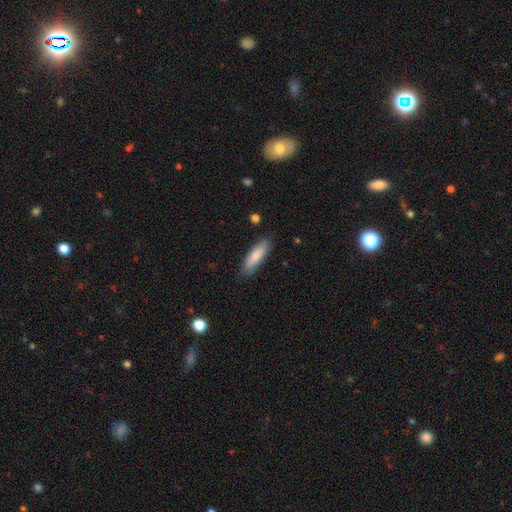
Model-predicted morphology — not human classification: A smooth galaxy with no disk features (84%) that is cigar-shaped (58%).

Vote fractions:
- Smooth or featured? smooth: 84% / featured or disk: 11% / star or artifact: 6%
- How rounded? cigar-shaped: 58% / in between: 41% / round: 1%
- Merging? none: 85% / minor disturbance: 11% / major disturbance: 2% / merger: 1%